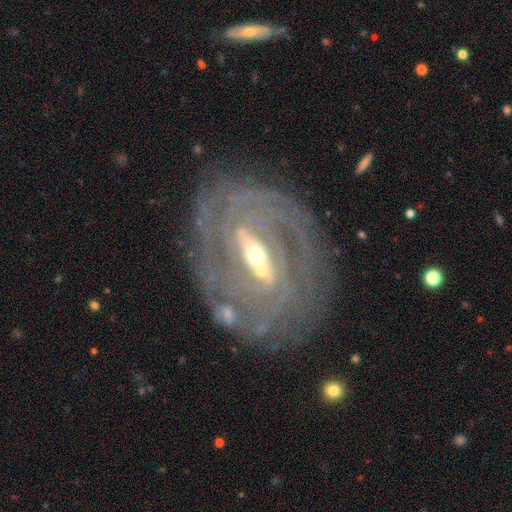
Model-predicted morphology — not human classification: This appears to be a featured or disk galaxy (89%) with a strong bar (55%), tight (68%) spiral arms (94%) and a small central bulge (47%). Merging: none (62%).